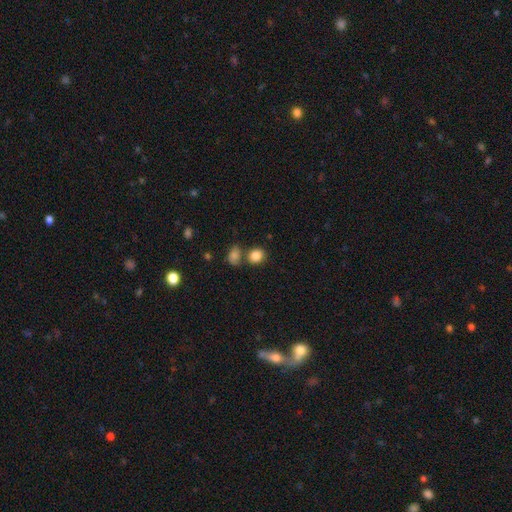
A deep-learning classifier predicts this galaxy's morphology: Q: Smooth or featured?
A: smooth (84%); runner-up: star or artifact (10%)
Q: How rounded?
A: round (64%); runner-up: in between (35%)
Q: Merging?
A: none (63%); runner-up: merger (22%)